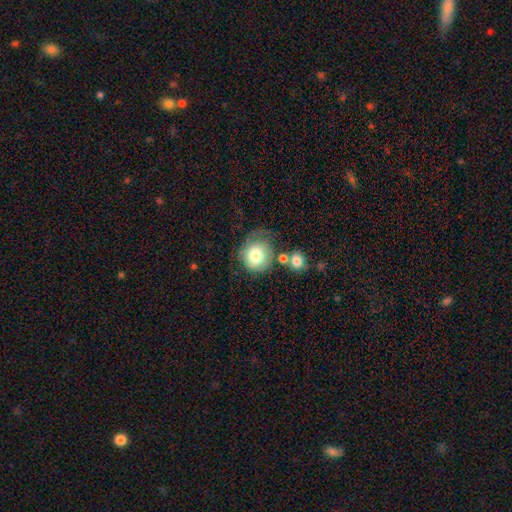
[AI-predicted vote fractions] A smooth galaxy with no disk features (76%) that is round (86%). Merging: none (51%).